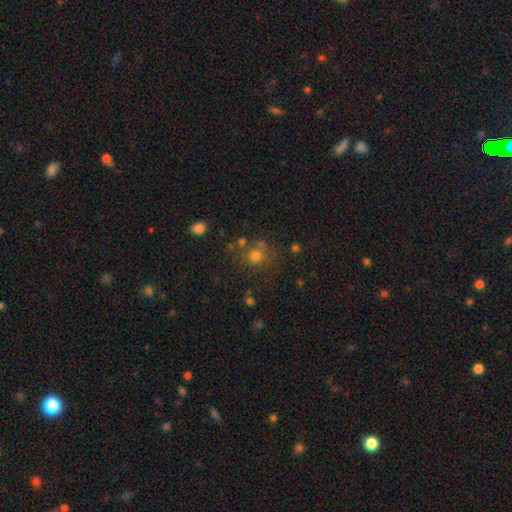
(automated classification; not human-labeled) Smooth or featured?
  - smooth: 70% *
  - star or artifact: 20%
  - featured or disk: 10%
How rounded?
  - round: 85% *
  - in between: 14%
  - cigar-shaped: 1%
Merging?
  - none: 70% *
  - merger: 13%
  - minor disturbance: 12%
  - major disturbance: 5%